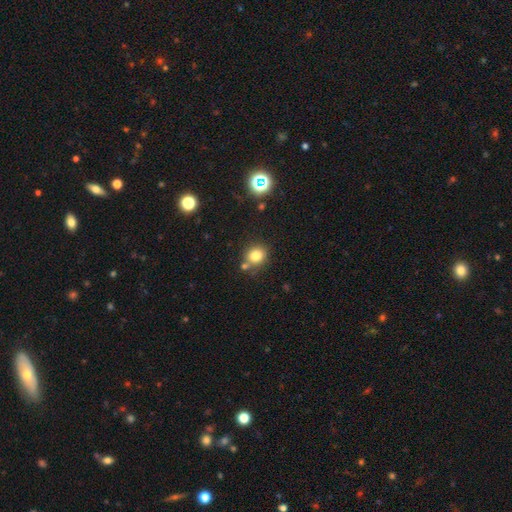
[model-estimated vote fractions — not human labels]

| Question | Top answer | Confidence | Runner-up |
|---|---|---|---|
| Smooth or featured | smooth | 78% | star or artifact (14%) |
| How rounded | round | 81% | in between (18%) |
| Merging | none | 69% | merger (15%) |